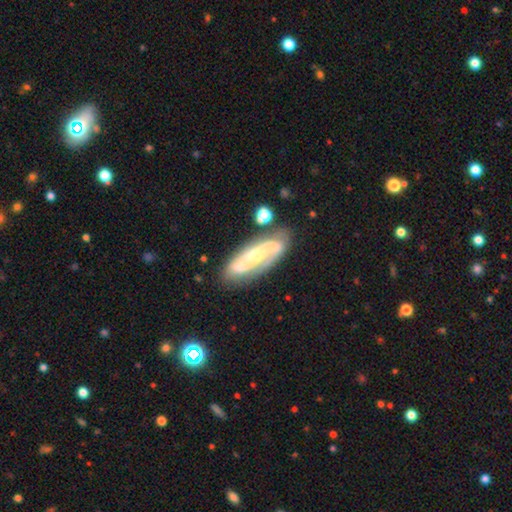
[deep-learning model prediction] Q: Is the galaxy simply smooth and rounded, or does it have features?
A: featured or disk — 85%.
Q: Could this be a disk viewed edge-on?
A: no — 91%.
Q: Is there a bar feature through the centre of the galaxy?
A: strong — 36%.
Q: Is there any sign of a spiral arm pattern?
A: yes — 94%.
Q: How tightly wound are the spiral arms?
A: medium — 45%.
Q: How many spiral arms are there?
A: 2 — 85%.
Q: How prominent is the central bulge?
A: small — 48%.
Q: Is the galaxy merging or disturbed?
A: none — 76%.